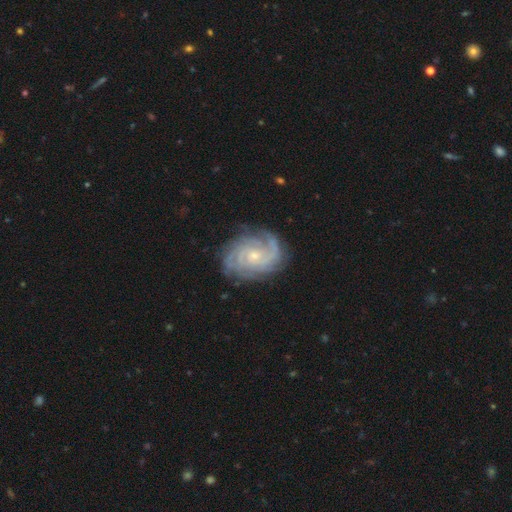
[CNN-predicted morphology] This appears to be a featured or disk galaxy (82%) with no bar (69%), 2 (28%) tight (55%) spiral arms (97%) and a small central bulge (58%). Merging: none (79%).